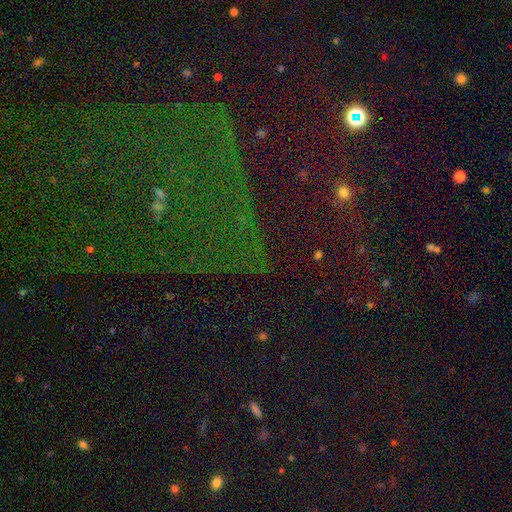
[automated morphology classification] This is likely a star or artifact rather than a galaxy (78%).